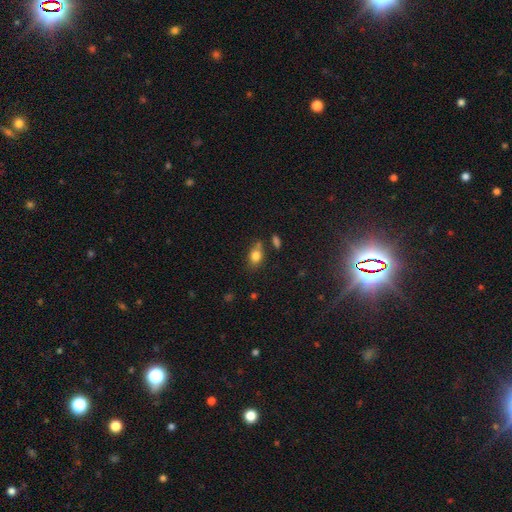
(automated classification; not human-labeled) Smooth or featured? smooth (81%)
How rounded? in between (73%)
Merging? none (61%)